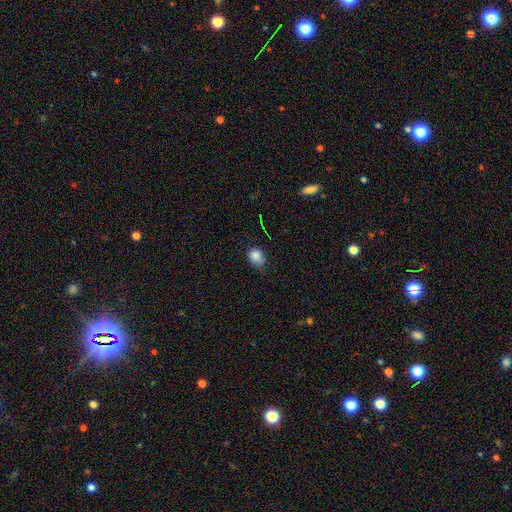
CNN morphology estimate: smooth 84%, star or artifact 11%, featured or disk 5%. Down the decision tree: how rounded — round (51%); merging — none (60%).